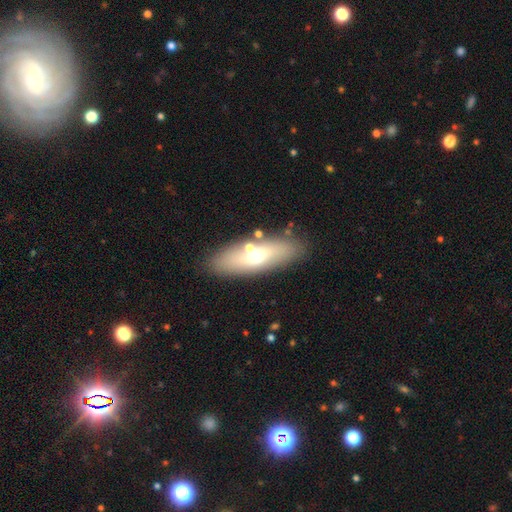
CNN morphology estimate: Smooth or featured? smooth (56%)
How rounded? in between (63%)
Merging? none (78%)